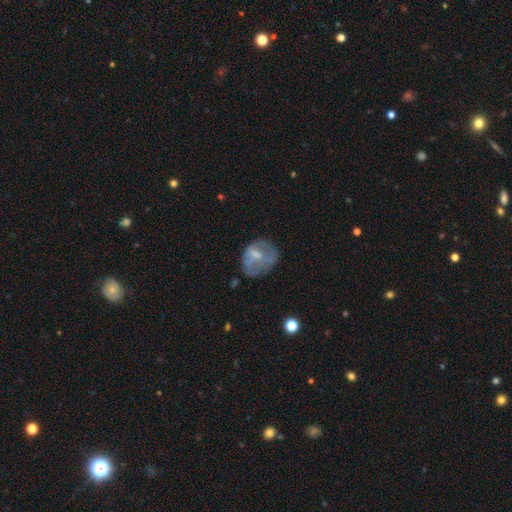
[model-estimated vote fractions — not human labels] Smooth or featured? Predicted: smooth (p=0.46). Merging? Predicted: none (p=0.44).